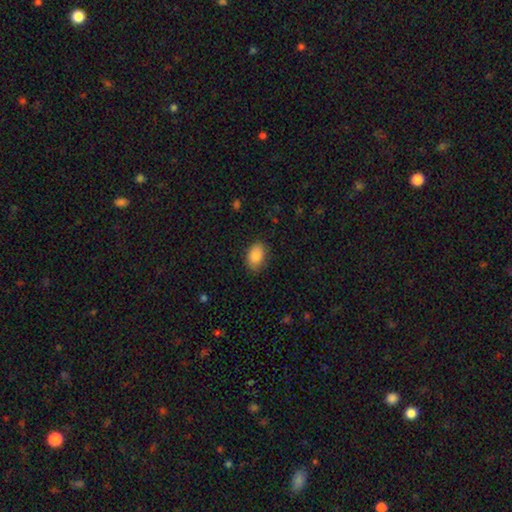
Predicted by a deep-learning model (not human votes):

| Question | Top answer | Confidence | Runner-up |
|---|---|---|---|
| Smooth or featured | smooth | 88% | star or artifact (7%) |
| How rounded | in between | 88% | round (11%) |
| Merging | none | 82% | minor disturbance (14%) |